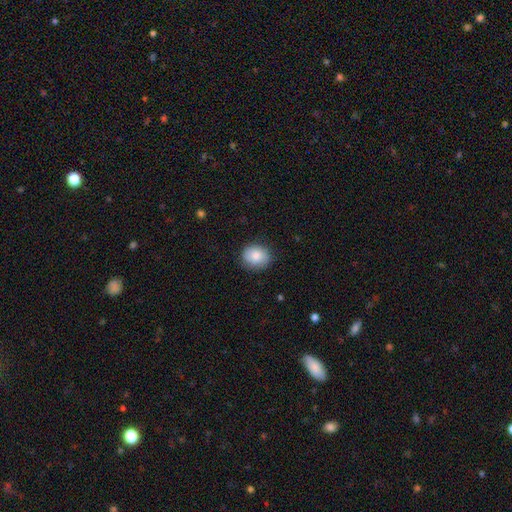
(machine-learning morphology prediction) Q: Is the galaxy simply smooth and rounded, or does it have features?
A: smooth — 83%.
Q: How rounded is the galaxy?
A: round — 68%.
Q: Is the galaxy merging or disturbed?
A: none — 83%.